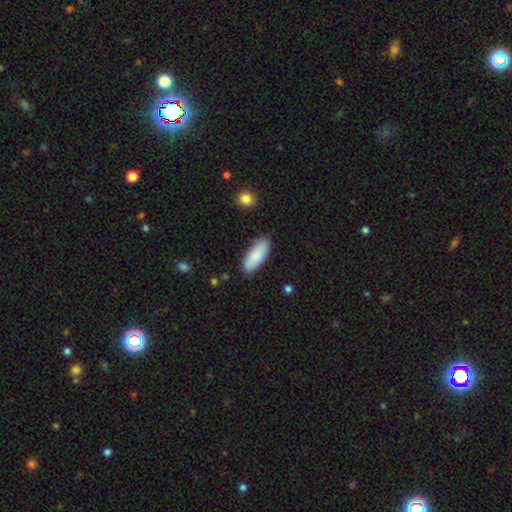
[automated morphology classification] smooth 86%, featured or disk 9%, star or artifact 5%. Down the decision tree: how rounded — in between (78%); merging — none (85%).